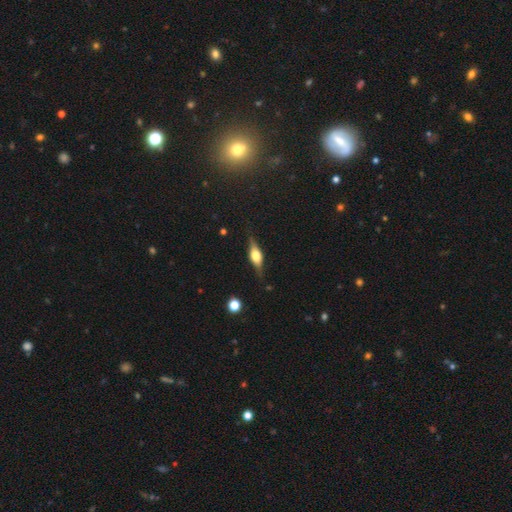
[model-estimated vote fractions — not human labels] Q: Smooth or featured?
A: featured or disk (58%); runner-up: smooth (35%)
Q: Edge-on disk?
A: yes (93%); runner-up: no (7%)
Q: Edge-on bulge?
A: rounded (87%); runner-up: boxy (11%)
Q: Merging?
A: none (80%); runner-up: minor disturbance (15%)